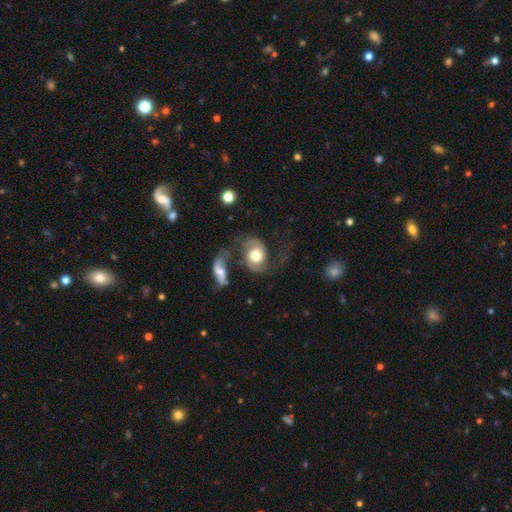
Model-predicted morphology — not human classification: Overall: featured or disk (80%). Edge-on disk: no (97%). Bar: no (70%). Spiral arms: yes (93%). Spiral arm count: 2 (90%). Spiral winding: medium (46%; loose 37%). Bulge size: moderate (60%; large 31%). Merging: none (42%; merger 22%).